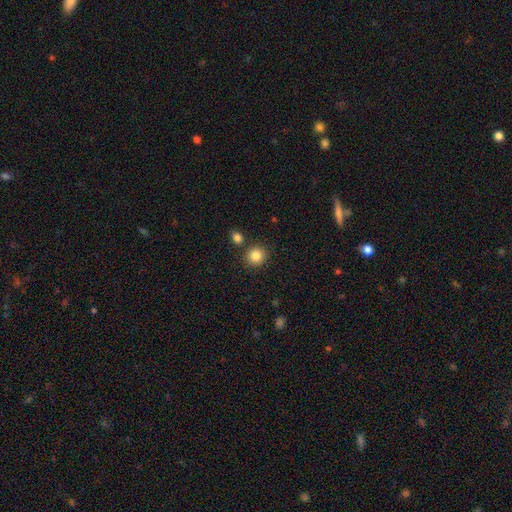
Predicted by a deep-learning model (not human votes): Smooth or featured?
  - smooth: 85% *
  - star or artifact: 10%
  - featured or disk: 5%
How rounded?
  - round: 89% *
  - in between: 10%
  - cigar-shaped: 1%
Merging?
  - none: 82% *
  - merger: 8%
  - minor disturbance: 8%
  - major disturbance: 2%